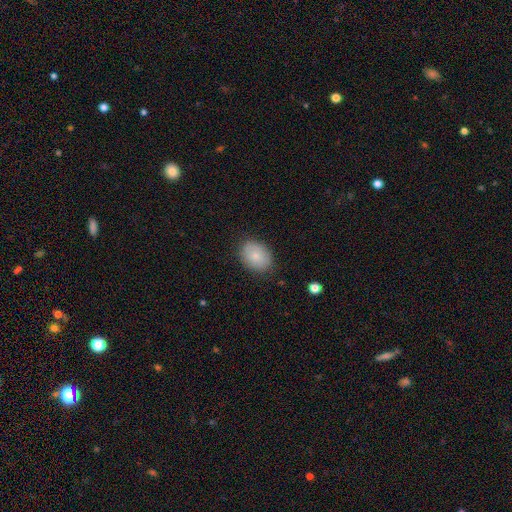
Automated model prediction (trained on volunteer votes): smooth_or_featured: smooth (p=0.81) [alt: featured or disk p=0.12]
how_rounded: in between (p=0.70) [alt: round p=0.29]
merging: none (p=0.83) [alt: minor disturbance p=0.13]